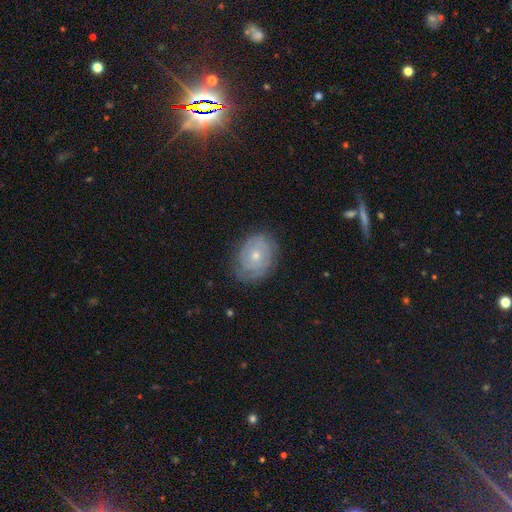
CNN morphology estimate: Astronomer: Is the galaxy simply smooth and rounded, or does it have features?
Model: featured or disk — 64%.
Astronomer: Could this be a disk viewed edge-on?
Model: no — 97%.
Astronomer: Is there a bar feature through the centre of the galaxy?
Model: no — 83%.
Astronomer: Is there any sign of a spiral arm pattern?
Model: yes — 82%.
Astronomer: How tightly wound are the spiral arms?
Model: tight — 71%.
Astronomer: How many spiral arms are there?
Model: can't tell — 47% (runner-up: 2, 27%).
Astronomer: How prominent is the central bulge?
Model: small — 58% (runner-up: moderate, 39%).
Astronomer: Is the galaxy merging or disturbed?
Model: none — 74%.